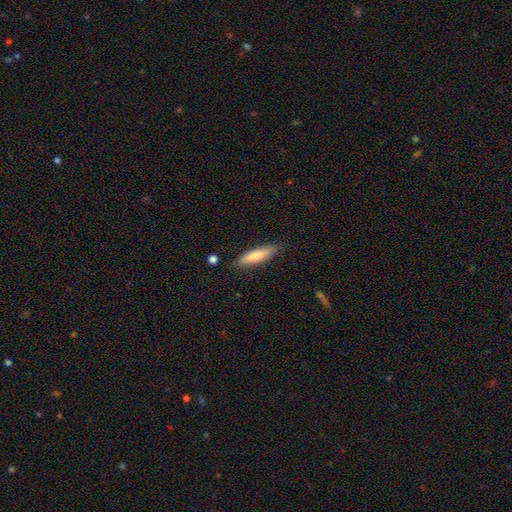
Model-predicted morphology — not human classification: Smooth or featured? Predicted: smooth (p=0.75). How rounded? Predicted: cigar-shaped (p=0.72). Merging? Predicted: none (p=0.82).